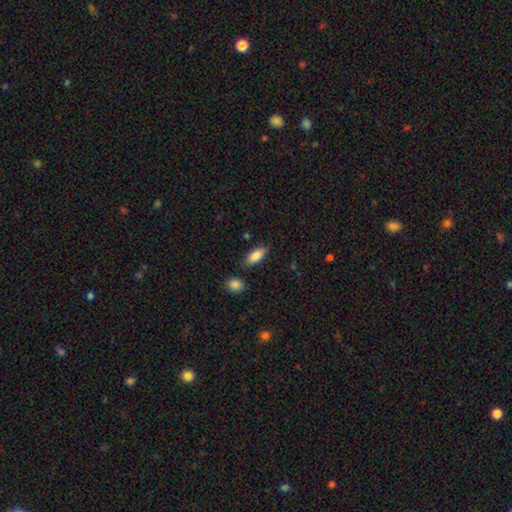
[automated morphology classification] Overall: smooth (86%). How rounded: in between (85%). Merging: none (81%).